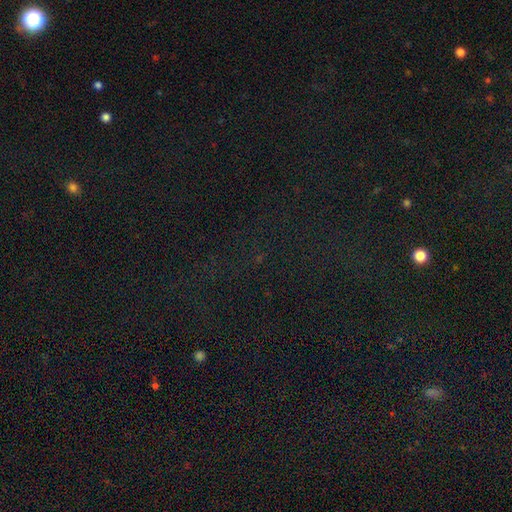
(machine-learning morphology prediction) This appears to be a star or artifact, not a galaxy (80%).